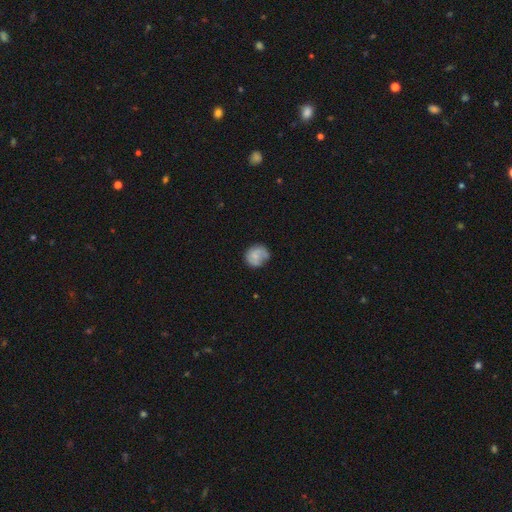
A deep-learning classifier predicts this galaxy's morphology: This appears to be a smooth galaxy with no disk features (60%) that is round (74%). Merging: none (58%).